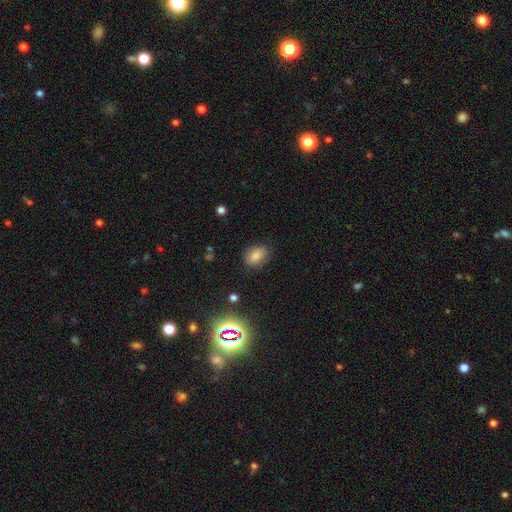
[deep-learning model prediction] A smooth galaxy with no disk features (82%) that is in between round and cigar-shaped (80%). Merging: none (82%).